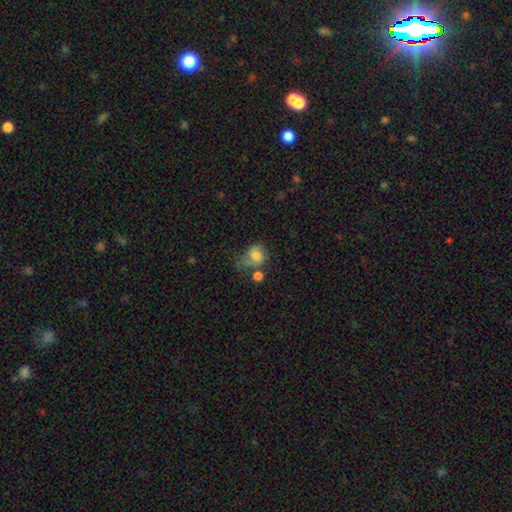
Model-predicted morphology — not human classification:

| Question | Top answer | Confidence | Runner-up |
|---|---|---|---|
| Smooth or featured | smooth | 75% | featured or disk (14%) |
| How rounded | round | 60% | in between (39%) |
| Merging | none | 31% | minor disturbance (27%) |